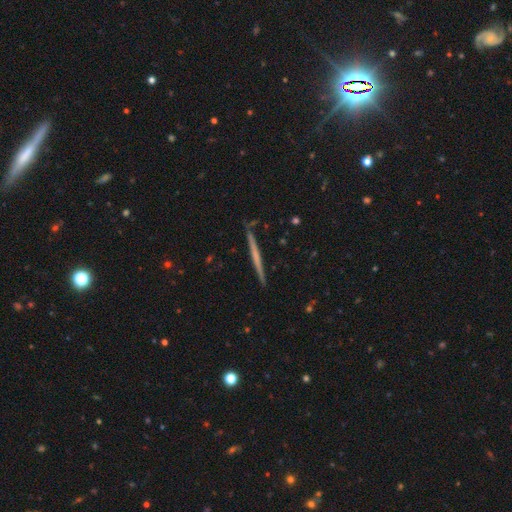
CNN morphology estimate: Overall: featured or disk (57%; smooth 38%). Edge-on disk: yes (98%). Edge-on bulge: none (83%). Merging: none (90%).